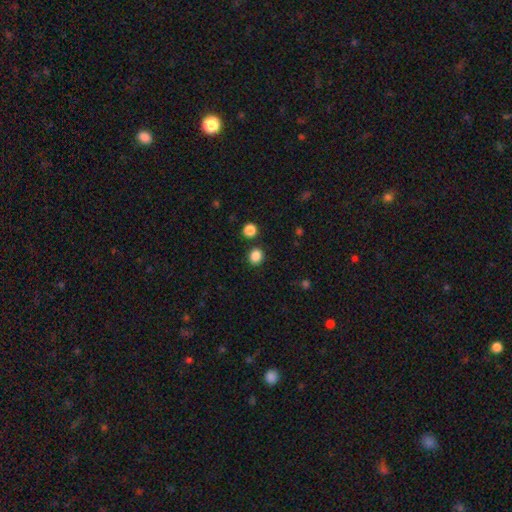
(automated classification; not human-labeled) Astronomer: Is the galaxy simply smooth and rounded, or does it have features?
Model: smooth — 86%.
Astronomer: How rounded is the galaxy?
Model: round — 81%.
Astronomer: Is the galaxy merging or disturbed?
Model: none — 87%.